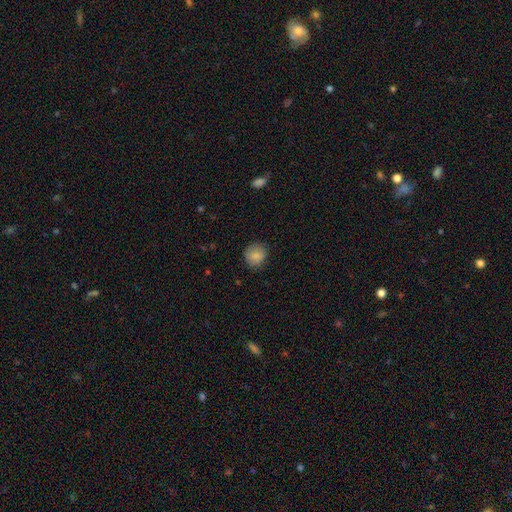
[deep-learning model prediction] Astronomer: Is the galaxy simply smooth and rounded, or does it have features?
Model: smooth — 86%.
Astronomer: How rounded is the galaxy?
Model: round — 87%.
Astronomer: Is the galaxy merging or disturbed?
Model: none — 82%.